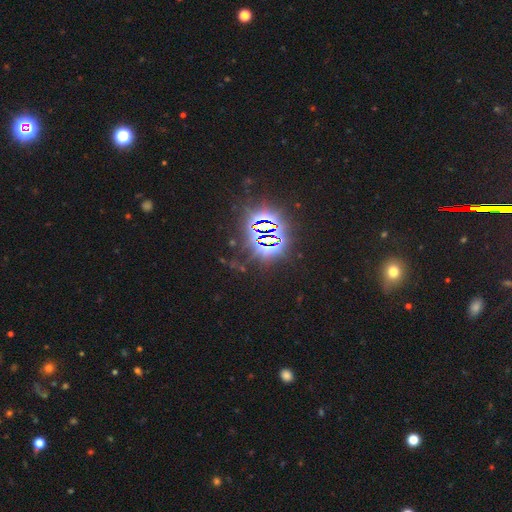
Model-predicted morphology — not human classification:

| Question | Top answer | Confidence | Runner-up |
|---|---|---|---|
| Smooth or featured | star or artifact | 81% | smooth (10%) |